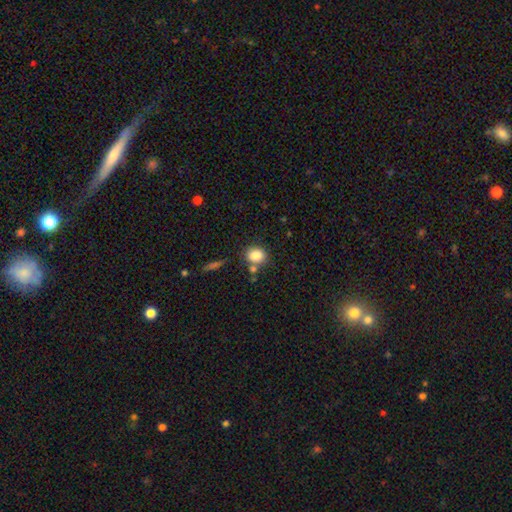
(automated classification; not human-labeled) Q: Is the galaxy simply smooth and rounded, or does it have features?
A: smooth — 84%.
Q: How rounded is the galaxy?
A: round — 53%.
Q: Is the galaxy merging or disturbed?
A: none — 68%.